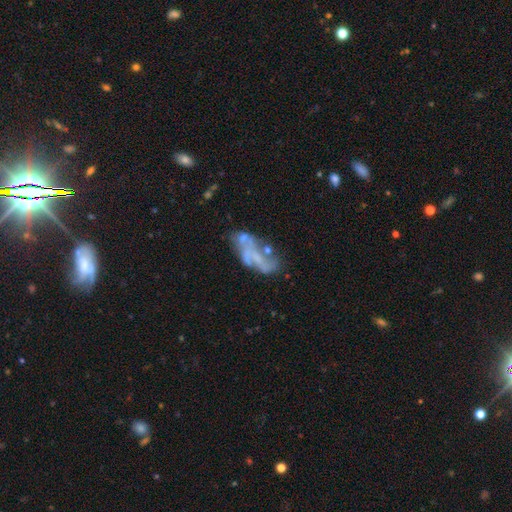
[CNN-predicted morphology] Smooth or featured?
  - featured or disk: 62% *
  - smooth: 25%
  - star or artifact: 13%
Edge-on disk?
  - no: 93% *
  - yes: 7%
Bar?
  - no: 74% *
  - weak: 18%
  - strong: 8%
Spiral arms?
  - no: 72% *
  - yes: 28%
Bulge size?
  - none: 66% *
  - small: 22%
  - moderate: 9%
  - large: 2%
  - dominant: 1%
Merging?
  - none: 36% *
  - major disturbance: 25%
  - minor disturbance: 20%
  - merger: 20%